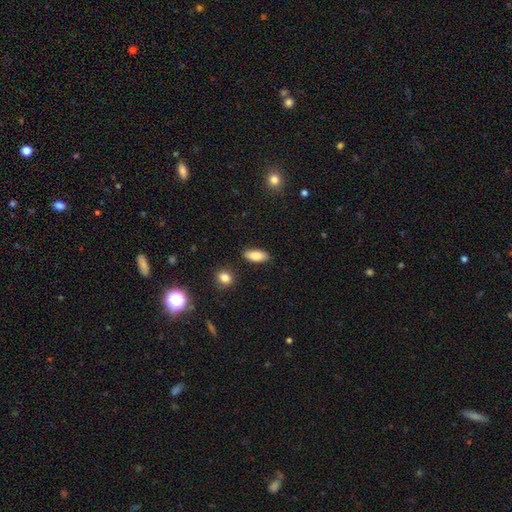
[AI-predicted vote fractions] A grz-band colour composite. It shows a smooth galaxy with no disk features (83%) that is in between round and cigar-shaped (85%). Merging: none (87%).